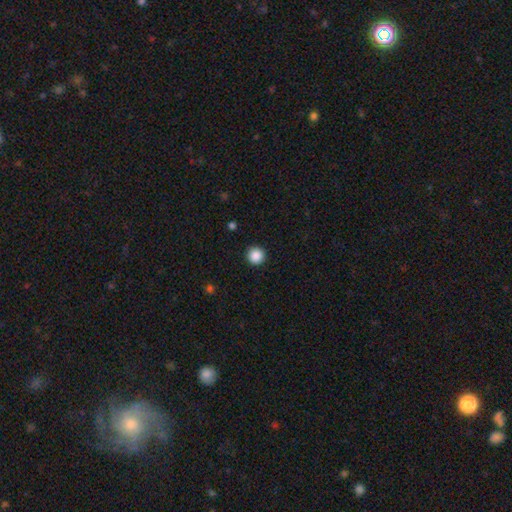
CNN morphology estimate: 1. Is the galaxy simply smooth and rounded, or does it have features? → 88% smooth, 10% star or artifact, 3% featured or disk.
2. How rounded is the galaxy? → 96% round, 3% in between, 1% cigar-shaped.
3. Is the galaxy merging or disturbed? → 92% none, 5% minor disturbance, 2% major disturbance, 1% merger.